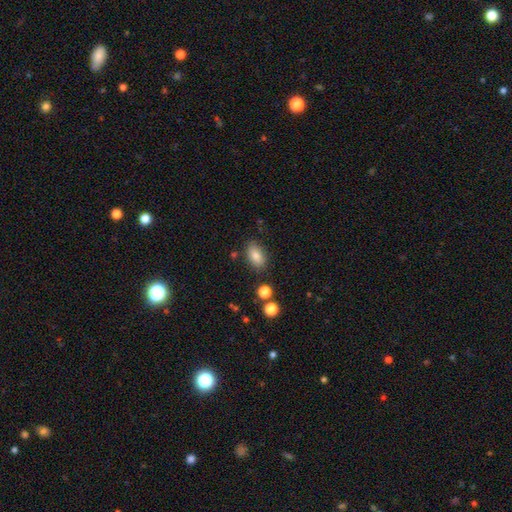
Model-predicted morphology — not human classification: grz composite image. It shows a smooth galaxy with no disk features (84%) that is in between round and cigar-shaped (89%). Merging: none (82%).